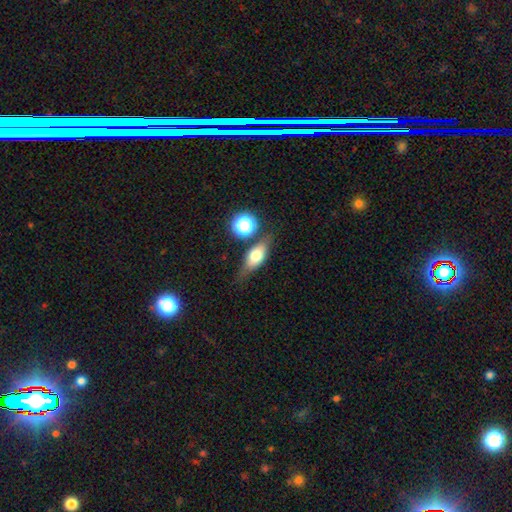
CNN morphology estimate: smooth-or-featured: smooth: 58% | featured or disk: 32% | star or artifact: 10%
  how-rounded: in between: 65% | cigar-shaped: 20% | round: 15%
  merging: none: 69% | minor disturbance: 17% | merger: 9% | major disturbance: 6%